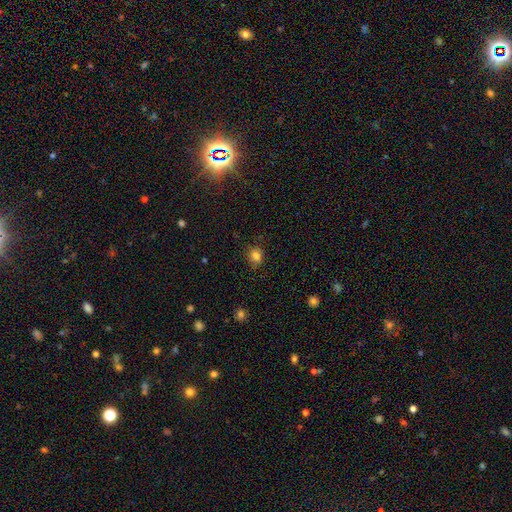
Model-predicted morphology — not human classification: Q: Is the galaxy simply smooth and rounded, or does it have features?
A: smooth — 82%.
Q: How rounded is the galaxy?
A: round — 59%.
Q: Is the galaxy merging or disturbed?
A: none — 77%.